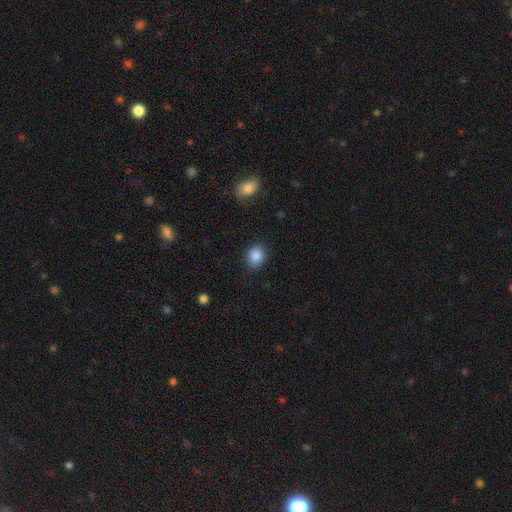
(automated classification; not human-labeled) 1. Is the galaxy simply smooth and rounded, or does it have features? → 87% smooth, 9% star or artifact, 4% featured or disk.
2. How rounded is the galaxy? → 51% round, 48% in between, 1% cigar-shaped.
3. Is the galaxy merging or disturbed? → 86% none, 10% minor disturbance, 3% major disturbance, 1% merger.